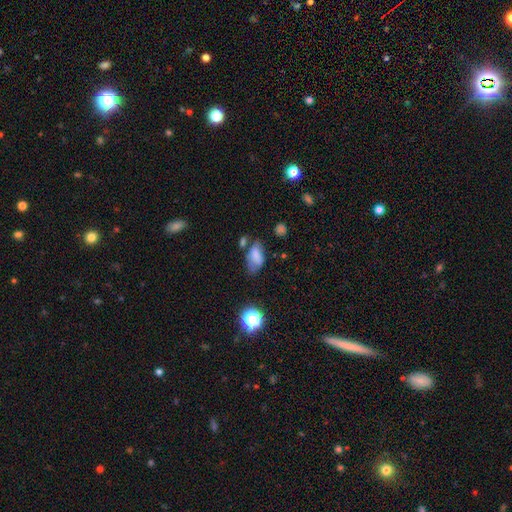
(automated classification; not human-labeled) This is likely a smooth galaxy (71%). How rounded: clearly in between (89%). Merging: marginally none (42%).